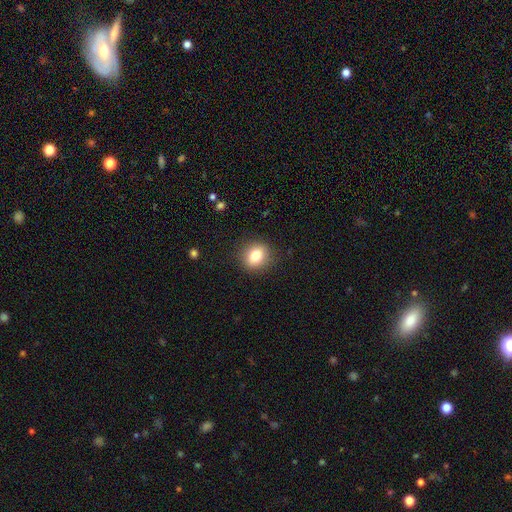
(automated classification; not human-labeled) smooth 80%, star or artifact 10%, featured or disk 10%. Down the decision tree: how rounded — round (64%); merging — none (88%).